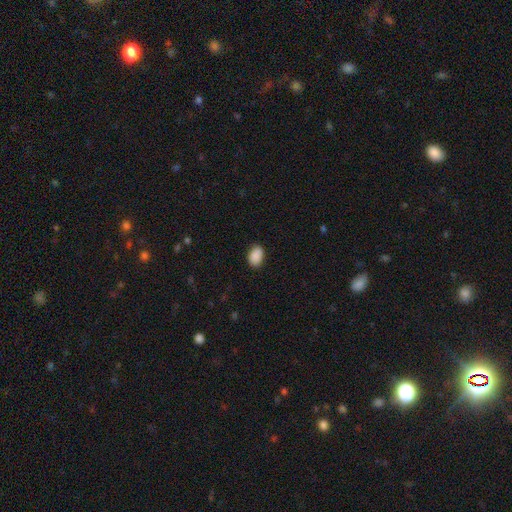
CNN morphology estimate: The model was most divided on "how rounded": in between: 86%, round: 13%, cigar-shaped: 1%. More confident: smooth or featured — smooth (90%); merging — none (86%).